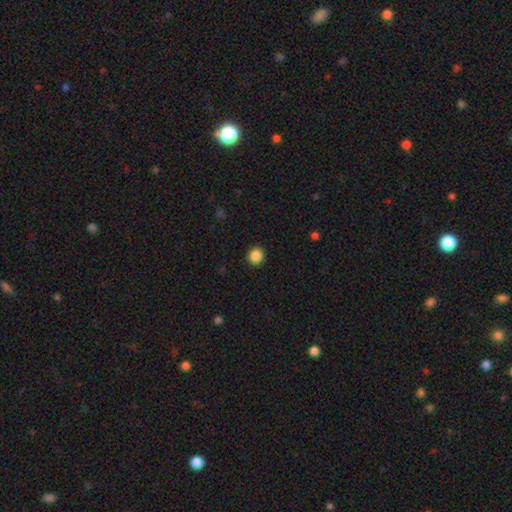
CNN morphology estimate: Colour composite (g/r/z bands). It shows a smooth galaxy with no disk features (87%) that is round (88%). Merging: none (92%).